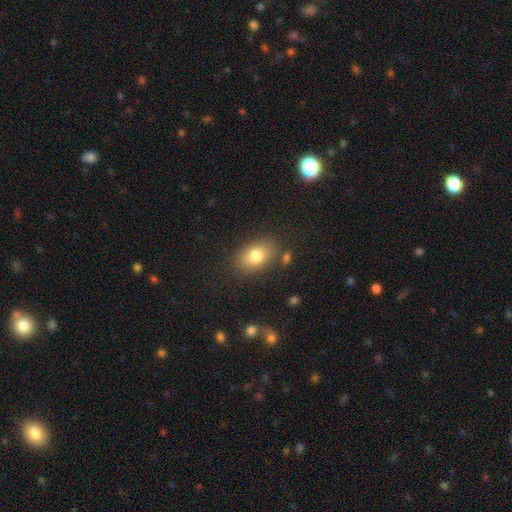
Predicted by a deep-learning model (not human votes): Smooth or featured?
  - smooth: 79% *
  - featured or disk: 12%
  - star or artifact: 9%
How rounded?
  - in between: 84% *
  - round: 15%
  - cigar-shaped: 2%
Merging?
  - none: 80% *
  - minor disturbance: 12%
  - major disturbance: 4%
  - merger: 4%